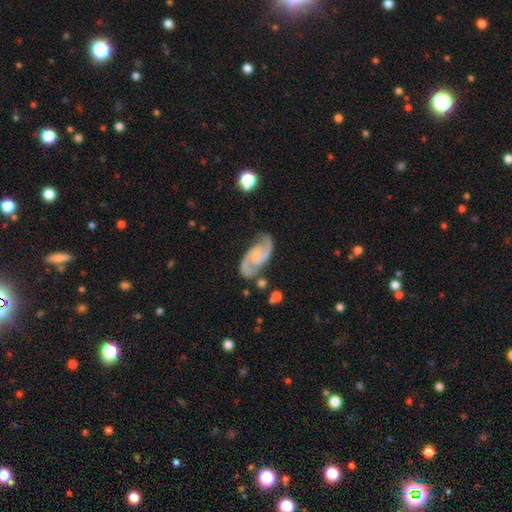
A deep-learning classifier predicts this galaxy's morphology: Q: Smooth or featured?
A: featured or disk (86%); runner-up: smooth (8%)
Q: Edge-on disk?
A: no (97%); runner-up: yes (3%)
Q: Bar?
A: no (53%); runner-up: weak (36%)
Q: Spiral arms?
A: yes (97%); runner-up: no (3%)
Q: Spiral winding?
A: medium (51%); runner-up: tight (26%)
Q: Spiral arm count?
A: 2 (92%); runner-up: can't tell (3%)
Q: Bulge size?
A: none (51%); runner-up: small (35%)
Q: Merging?
A: none (72%); runner-up: minor disturbance (17%)